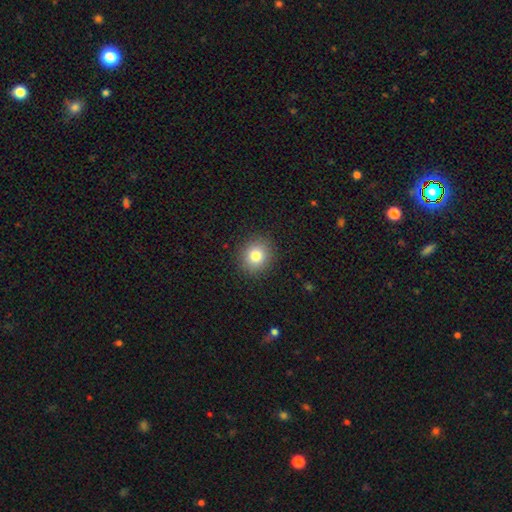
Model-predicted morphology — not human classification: Smooth or featured? Predicted: smooth (p=0.82). How rounded? Predicted: round (p=0.85). Merging? Predicted: none (p=0.91).